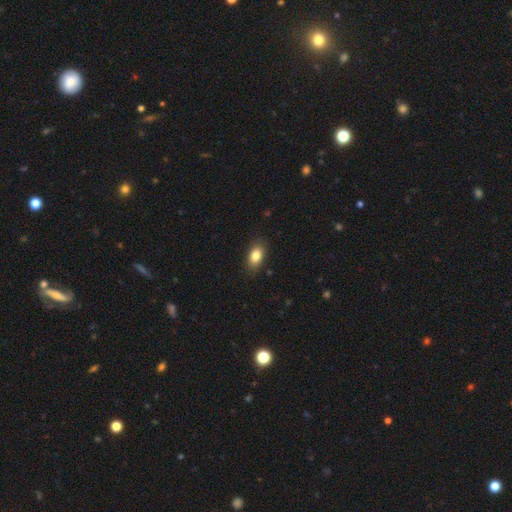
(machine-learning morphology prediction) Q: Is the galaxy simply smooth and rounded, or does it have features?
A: smooth — 84%.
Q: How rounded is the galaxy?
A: in between — 88%.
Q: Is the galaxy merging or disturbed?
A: none — 85%.